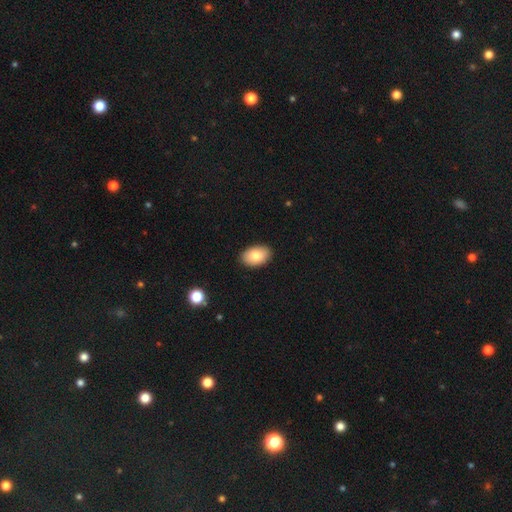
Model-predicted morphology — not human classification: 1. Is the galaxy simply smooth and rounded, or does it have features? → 83% smooth, 10% featured or disk, 7% star or artifact.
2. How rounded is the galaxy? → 91% in between, 8% round, 1% cigar-shaped.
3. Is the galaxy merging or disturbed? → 89% none, 8% minor disturbance, 2% major disturbance, 1% merger.